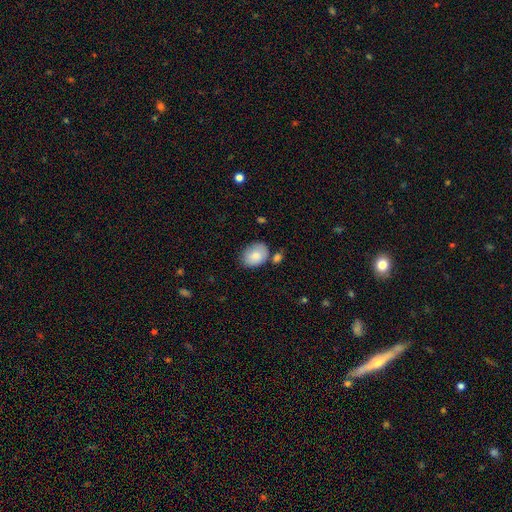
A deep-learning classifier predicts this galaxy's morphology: Smooth or featured?
  - smooth: 82% *
  - featured or disk: 11%
  - star or artifact: 7%
How rounded?
  - in between: 67% *
  - round: 32%
  - cigar-shaped: 1%
Merging?
  - none: 65% *
  - minor disturbance: 20%
  - merger: 10%
  - major disturbance: 5%